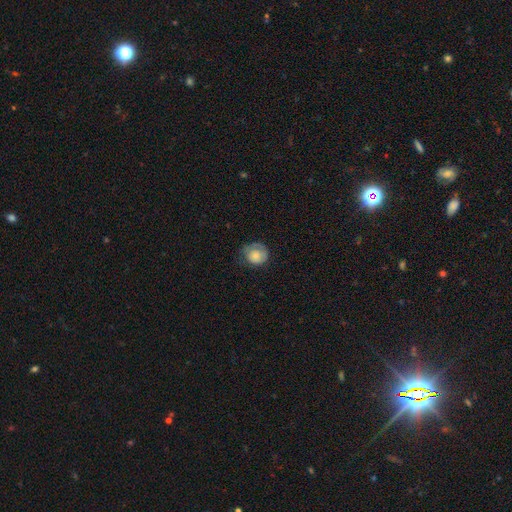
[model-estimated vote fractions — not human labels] Overall: smooth (63%; featured or disk 30%). How rounded: round (76%). Merging: none (55%; minor disturbance 27%).